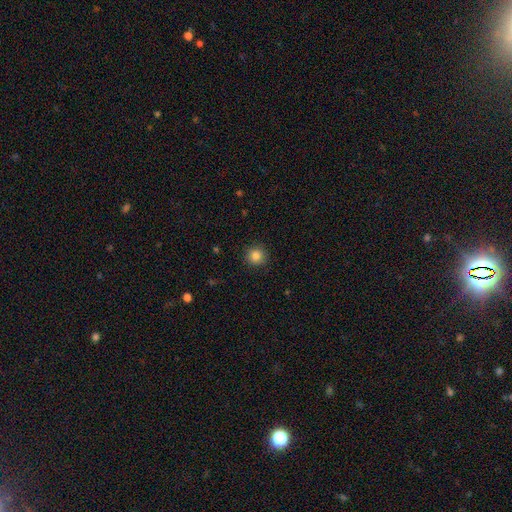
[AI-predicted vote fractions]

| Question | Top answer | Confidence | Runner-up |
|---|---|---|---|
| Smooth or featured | smooth | 85% | star or artifact (11%) |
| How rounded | round | 94% | in between (5%) |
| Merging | none | 91% | minor disturbance (6%) |